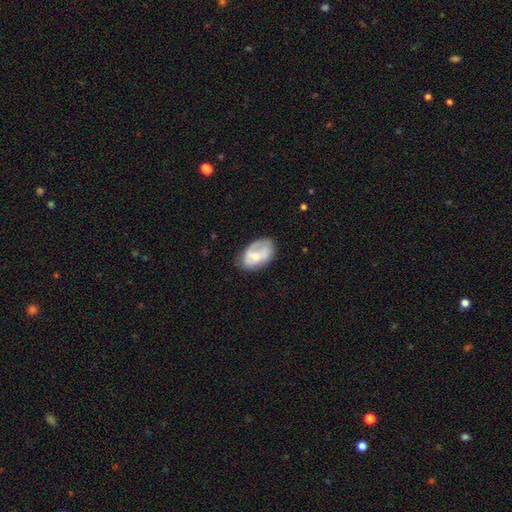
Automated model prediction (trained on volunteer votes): Overall: smooth (48%; featured or disk 45%). Merging: none (54%; minor disturbance 30%).